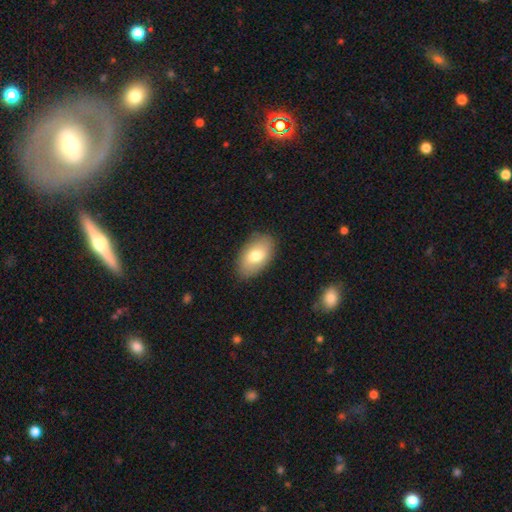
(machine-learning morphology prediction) smooth-or-featured: smooth: 73% | featured or disk: 20% | star or artifact: 7%
  how-rounded: in between: 93% | round: 6% | cigar-shaped: 1%
  merging: none: 85% | minor disturbance: 11% | major disturbance: 3% | merger: 1%